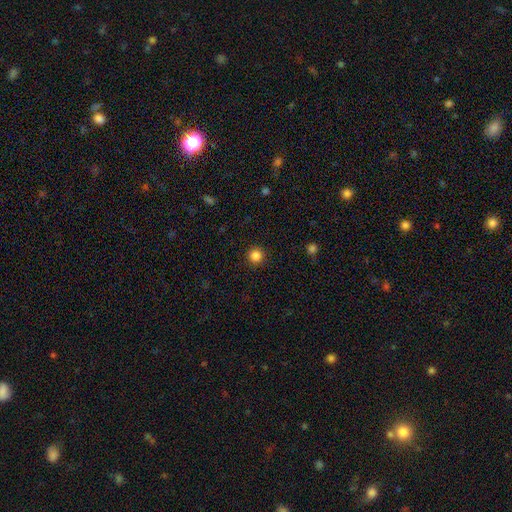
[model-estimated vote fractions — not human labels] smooth_or_featured: smooth (p=0.85) [alt: star or artifact p=0.11]
how_rounded: round (p=0.96) [alt: in between p=0.03]
merging: none (p=0.92) [alt: minor disturbance p=0.05]